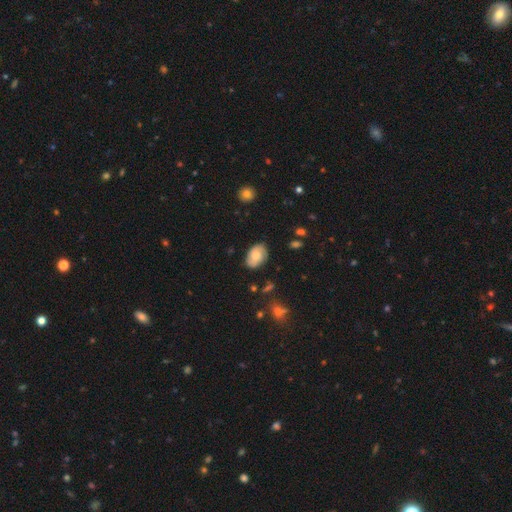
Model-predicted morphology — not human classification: Smooth or featured? Predicted: smooth (p=0.52). How rounded? Predicted: in between (p=0.85). Merging? Predicted: none (p=0.79).